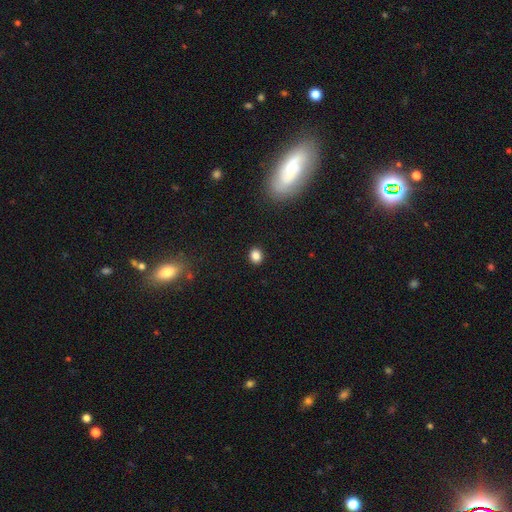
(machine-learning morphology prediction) smooth_or_featured: smooth (p=0.84) [alt: star or artifact p=0.12]
how_rounded: round (p=0.62) [alt: in between p=0.37]
merging: none (p=0.90) [alt: minor disturbance p=0.07]